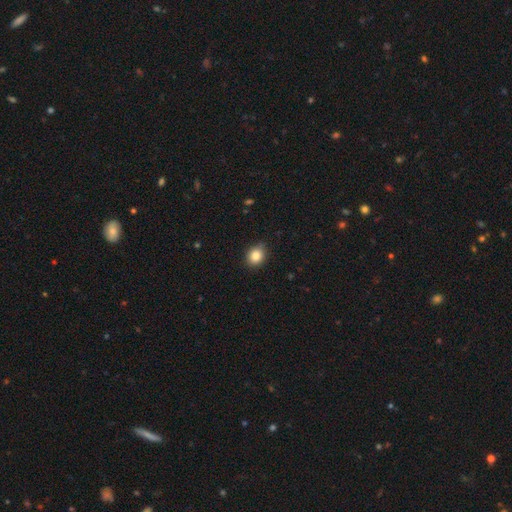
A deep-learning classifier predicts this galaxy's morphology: smooth 85%, star or artifact 10%, featured or disk 5%. Down the decision tree: how rounded — round (65%); merging — none (82%).